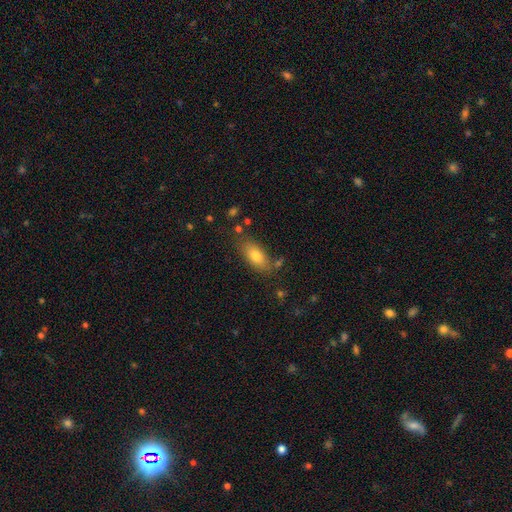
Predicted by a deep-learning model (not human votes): Smooth or featured: smooth — 78% (featured or disk — 14%)
How rounded: in between — 85% (cigar-shaped — 11%)
Merging: none — 74% (minor disturbance — 16%)